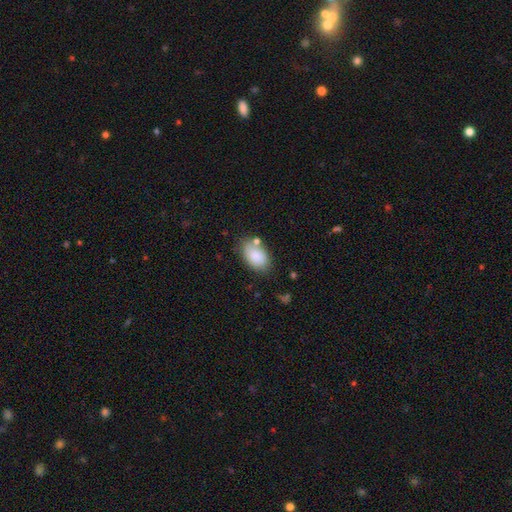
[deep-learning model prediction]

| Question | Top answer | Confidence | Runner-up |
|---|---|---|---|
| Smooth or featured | smooth | 86% | featured or disk (7%) |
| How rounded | in between | 91% | round (7%) |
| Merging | none | 71% | minor disturbance (17%) |